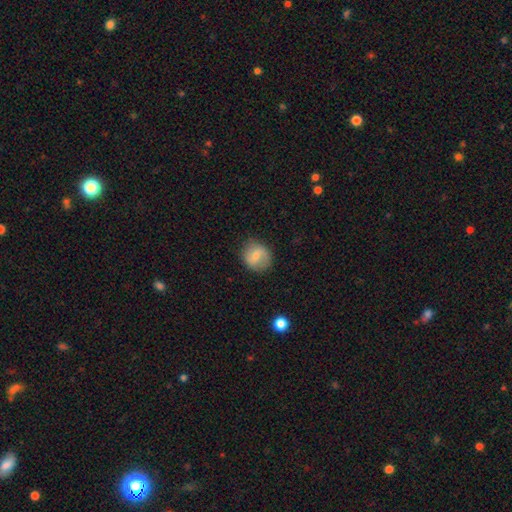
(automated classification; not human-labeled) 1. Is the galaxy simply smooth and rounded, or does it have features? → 62% smooth, 30% featured or disk, 8% star or artifact.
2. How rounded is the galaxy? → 82% round, 17% in between, 1% cigar-shaped.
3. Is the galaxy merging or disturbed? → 81% none, 14% minor disturbance, 4% major disturbance, 1% merger.